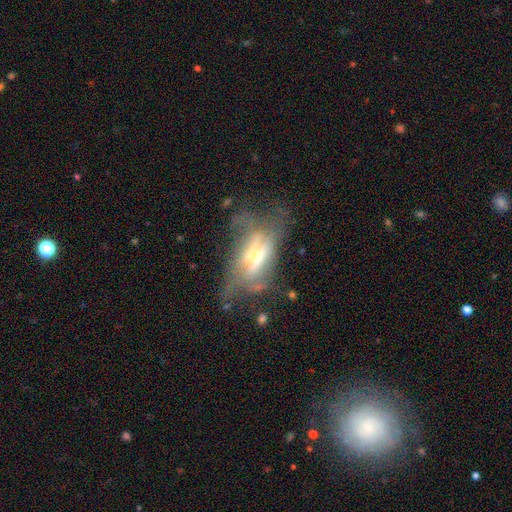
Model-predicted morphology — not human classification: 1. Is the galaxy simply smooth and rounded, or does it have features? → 65% featured or disk, 24% smooth, 11% star or artifact.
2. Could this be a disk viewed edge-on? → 52% yes, 48% no.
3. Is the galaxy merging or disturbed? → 36% none (tied), 36% major disturbance (tied), 22% minor disturbance, 6% merger.